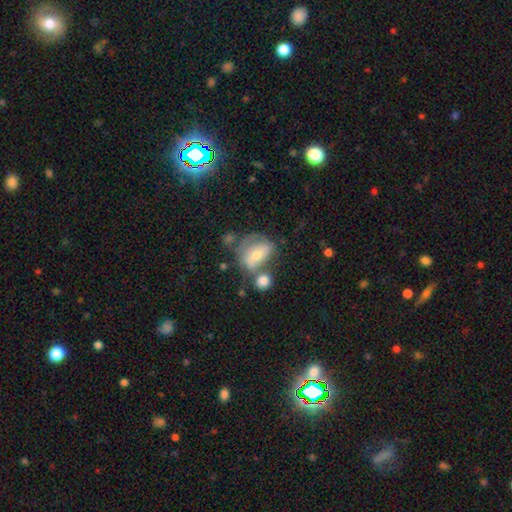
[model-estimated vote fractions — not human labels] Smooth or featured? smooth (47%)
Merging? merger (32%)